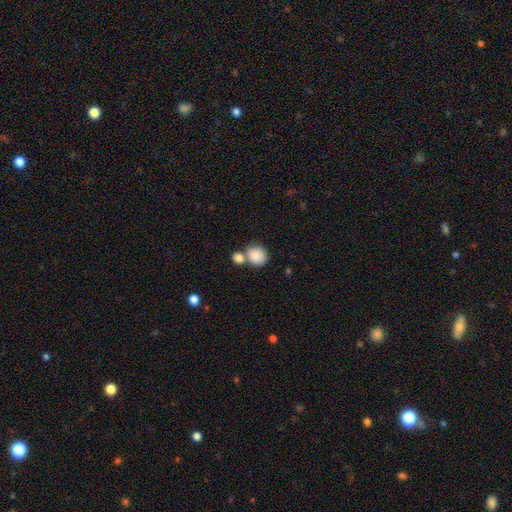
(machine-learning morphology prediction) smooth 85%, star or artifact 8%, featured or disk 7%. Down the decision tree: how rounded — round (80%); merging — none (47%).